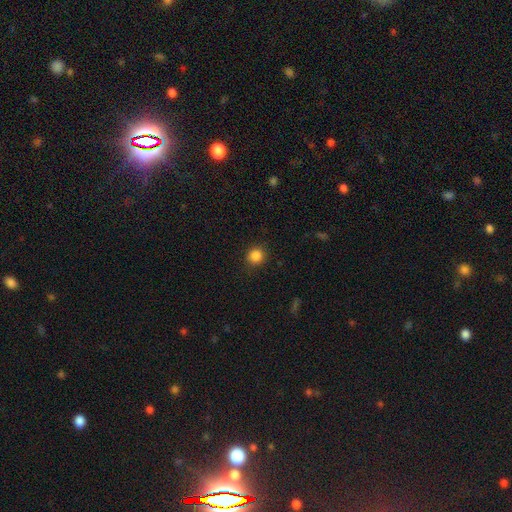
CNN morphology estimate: Smooth or featured: smooth — 86% (star or artifact — 11%)
How rounded: round — 89% (in between — 10%)
Merging: none — 90% (minor disturbance — 7%)